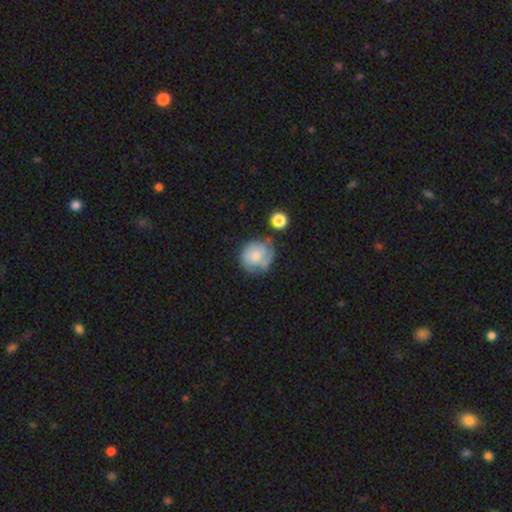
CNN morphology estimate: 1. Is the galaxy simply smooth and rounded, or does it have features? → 49% smooth, 43% featured or disk, 8% star or artifact.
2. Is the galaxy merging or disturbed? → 56% none, 26% minor disturbance, 11% major disturbance, 8% merger.